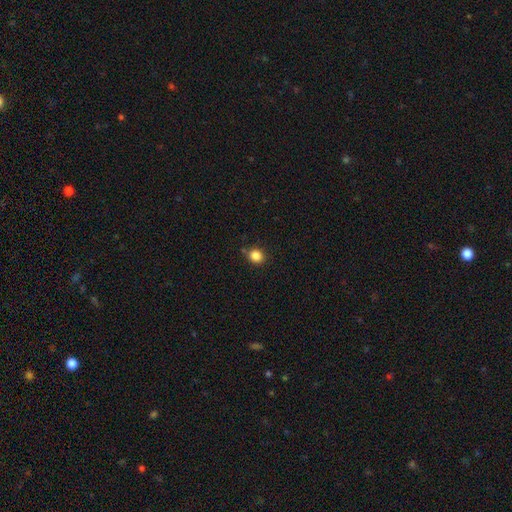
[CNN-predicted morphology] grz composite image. It shows a smooth galaxy with no disk features (85%) that is round (83%). Merging: none (82%).